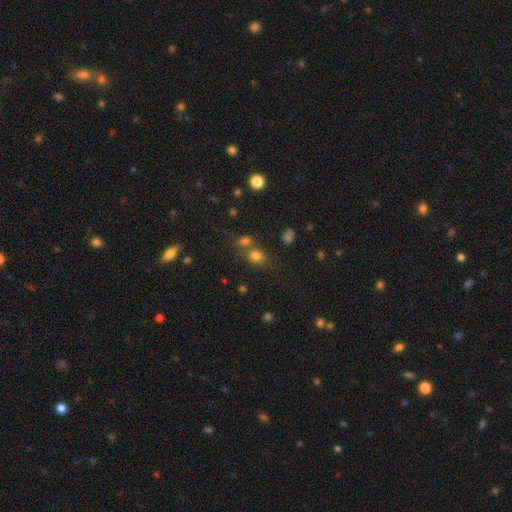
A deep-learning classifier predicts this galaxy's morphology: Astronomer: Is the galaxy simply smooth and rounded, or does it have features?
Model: smooth — 76%.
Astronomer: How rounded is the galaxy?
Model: round — 61% (runner-up: in between, 38%).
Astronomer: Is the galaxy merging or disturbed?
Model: none — 55%.